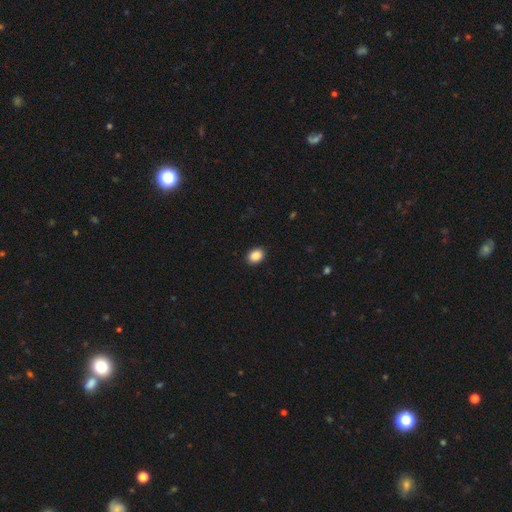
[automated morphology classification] This is clearly a smooth galaxy (88%). How rounded: likely in between (66%). Merging: clearly none (91%).